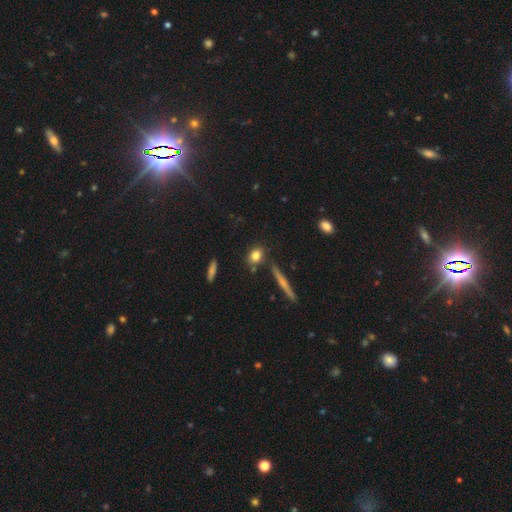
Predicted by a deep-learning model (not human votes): Morphology: type=smooth (79%); roundness=round (52%); merging=none (76%).